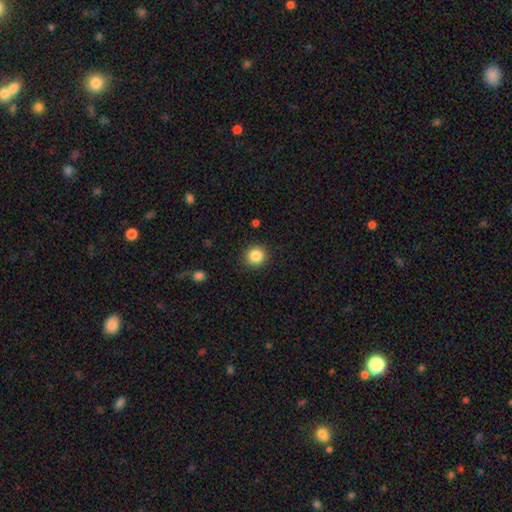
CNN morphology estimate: The model was most divided on "smooth or featured": smooth: 86%, star or artifact: 10%, featured or disk: 5%. More confident: how rounded — round (91%); merging — none (90%).